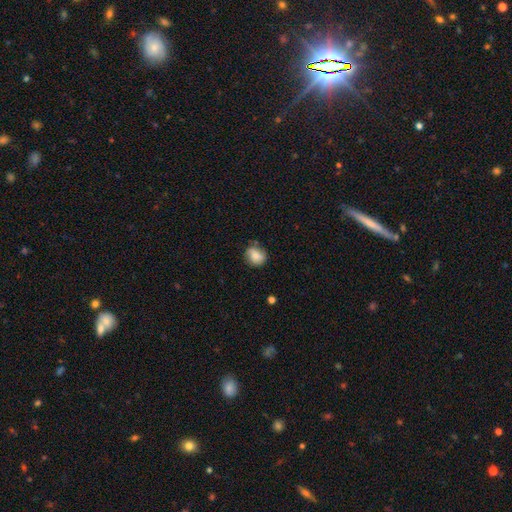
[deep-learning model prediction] A smooth galaxy with no disk features (80%) that is round (60%). Merging: none (67%).